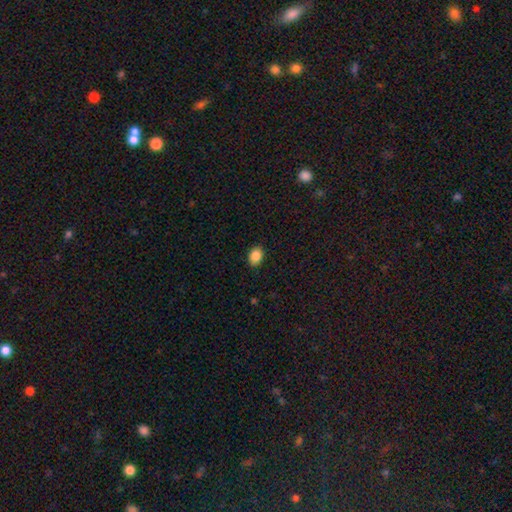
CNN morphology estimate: type=smooth (87%); roundness=in between (69%); merging=none (88%).